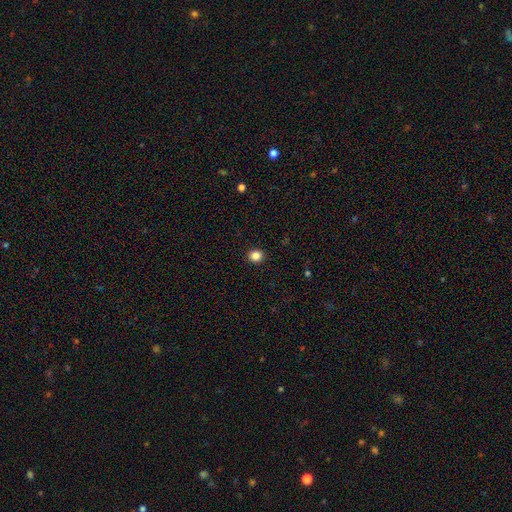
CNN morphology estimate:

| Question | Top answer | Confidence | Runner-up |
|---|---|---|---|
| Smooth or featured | smooth | 85% | star or artifact (11%) |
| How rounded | round | 84% | in between (15%) |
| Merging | none | 93% | minor disturbance (5%) |